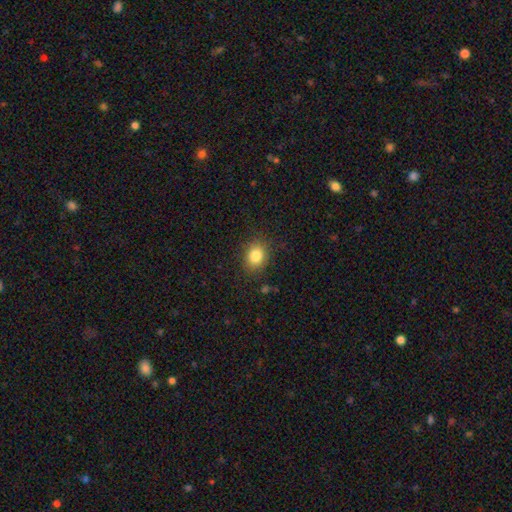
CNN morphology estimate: Smooth or featured?
  - smooth: 84% *
  - star or artifact: 10%
  - featured or disk: 6%
How rounded?
  - round: 54% *
  - in between: 45%
  - cigar-shaped: 1%
Merging?
  - none: 85% *
  - minor disturbance: 10%
  - major disturbance: 3%
  - merger: 1%